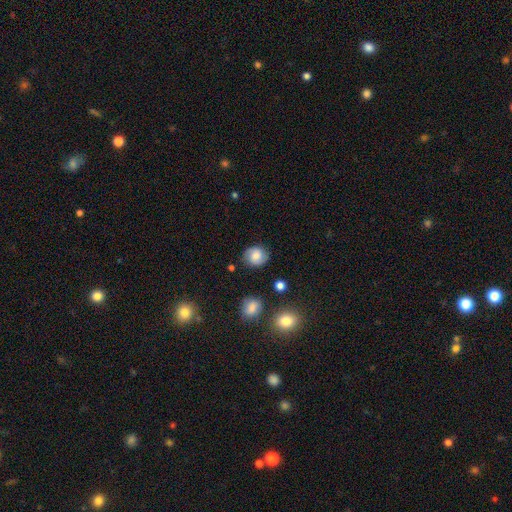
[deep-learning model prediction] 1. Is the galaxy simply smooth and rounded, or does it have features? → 58% smooth, 33% featured or disk, 9% star or artifact.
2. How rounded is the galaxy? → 69% round, 30% in between, 1% cigar-shaped.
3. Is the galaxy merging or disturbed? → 82% none, 13% minor disturbance, 3% major disturbance, 2% merger.